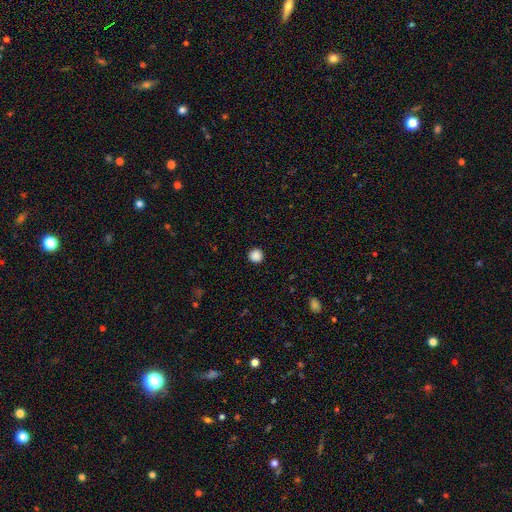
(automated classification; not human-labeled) Q: Smooth or featured?
A: smooth (87%); runner-up: star or artifact (10%)
Q: How rounded?
A: round (95%); runner-up: in between (4%)
Q: Merging?
A: none (93%); runner-up: minor disturbance (5%)